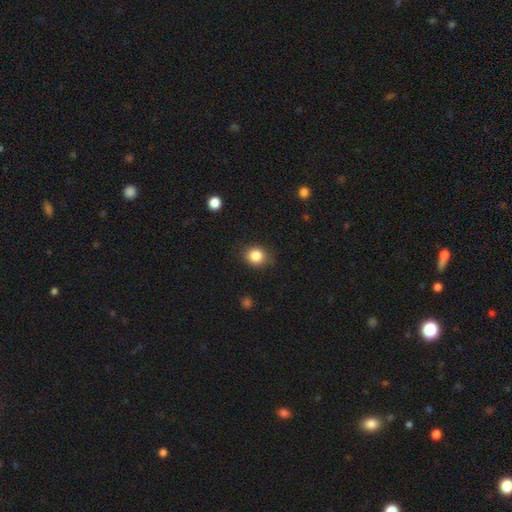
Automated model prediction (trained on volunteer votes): Overall: smooth (85%). How rounded: round (73%). Merging: none (81%).